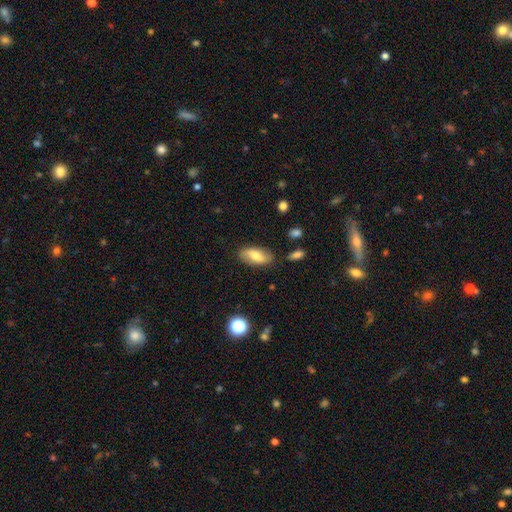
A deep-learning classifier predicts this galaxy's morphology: type=smooth (61%); roundness=in between (87%); merging=none (81%).